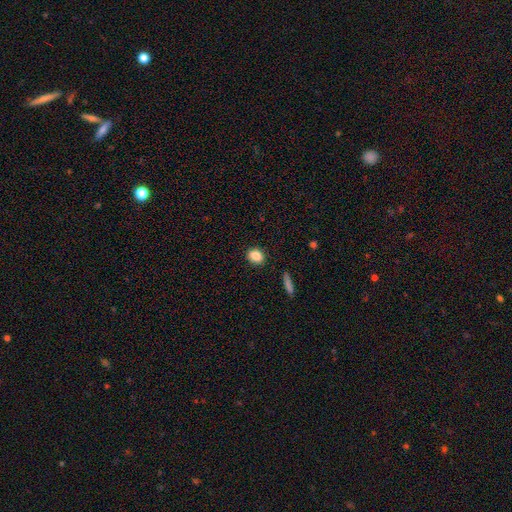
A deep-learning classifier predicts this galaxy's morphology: smooth-or-featured: smooth: 86% | star or artifact: 9% | featured or disk: 5%
  how-rounded: in between: 51% | round: 47% | cigar-shaped: 2%
  merging: none: 89% | minor disturbance: 8% | major disturbance: 2% | merger: 1%